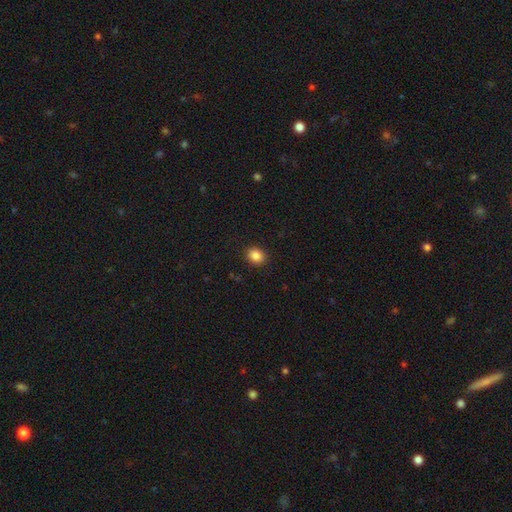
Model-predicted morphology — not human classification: type=smooth (86%); roundness=round (60%); merging=none (90%).